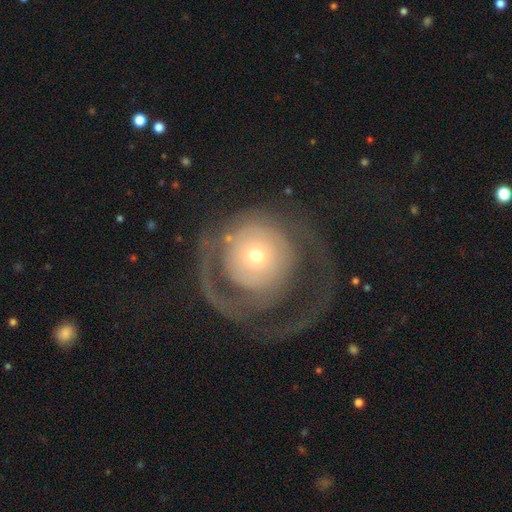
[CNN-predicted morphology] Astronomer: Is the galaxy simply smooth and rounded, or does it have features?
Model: featured or disk — 65%.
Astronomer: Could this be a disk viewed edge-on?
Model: no — 96%.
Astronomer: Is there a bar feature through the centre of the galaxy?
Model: no — 85%.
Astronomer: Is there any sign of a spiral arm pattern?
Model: yes — 64%.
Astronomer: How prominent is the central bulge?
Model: small — 62%.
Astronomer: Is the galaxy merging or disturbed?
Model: none — 43% (runner-up: major disturbance, 42%).